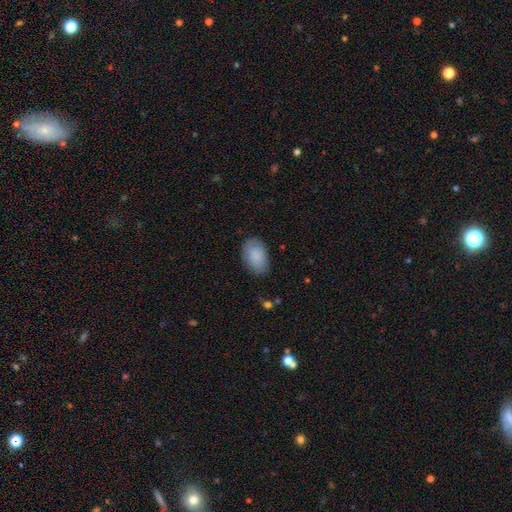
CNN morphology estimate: Overall: smooth (87%). How rounded: in between (92%). Merging: none (81%).